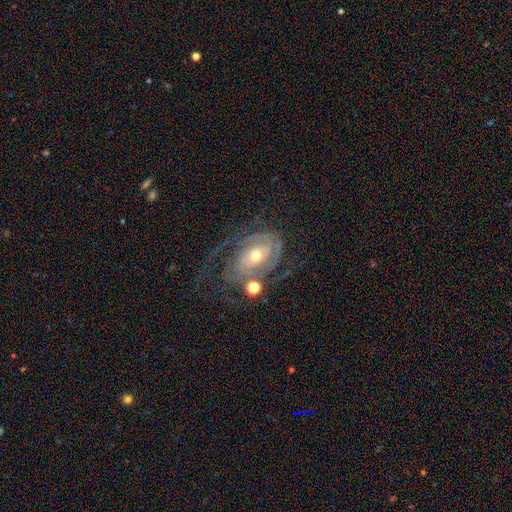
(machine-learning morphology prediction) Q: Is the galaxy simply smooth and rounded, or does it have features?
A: featured or disk — 85%.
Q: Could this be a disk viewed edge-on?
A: no — 96%.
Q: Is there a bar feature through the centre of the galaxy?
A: no — 59%.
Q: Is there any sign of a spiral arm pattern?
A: yes — 92%.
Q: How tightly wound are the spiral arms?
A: tight — 59%.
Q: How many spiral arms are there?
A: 2 — 43%.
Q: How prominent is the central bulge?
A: moderate — 54%.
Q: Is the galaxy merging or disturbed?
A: none — 51%.